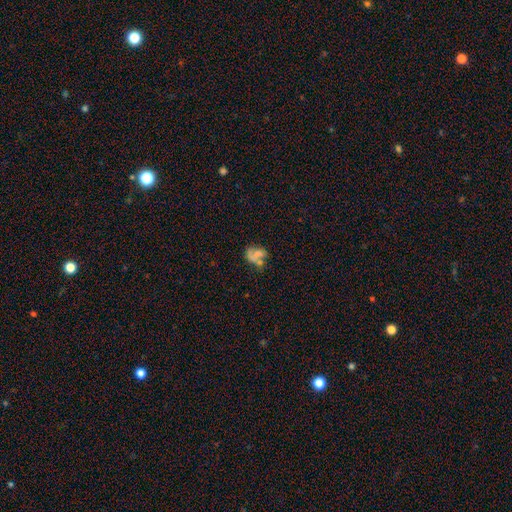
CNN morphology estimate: Smooth or featured? Predicted: smooth (p=0.48). Merging? Predicted: none (p=0.33).